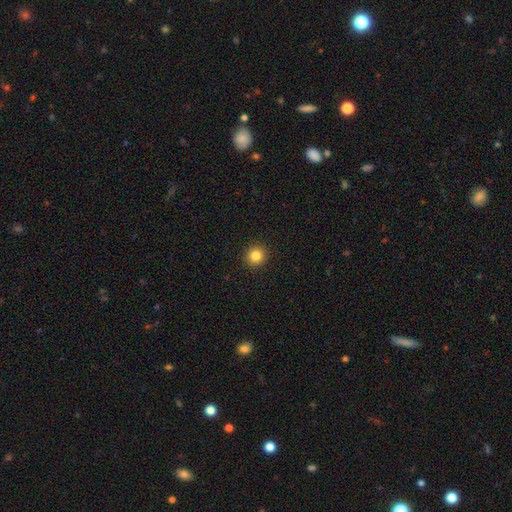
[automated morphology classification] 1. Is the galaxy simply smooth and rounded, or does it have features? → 84% smooth, 12% star or artifact, 5% featured or disk.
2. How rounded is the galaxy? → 93% round, 6% in between, 1% cigar-shaped.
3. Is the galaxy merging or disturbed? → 93% none, 4% minor disturbance, 2% major disturbance, 1% merger.